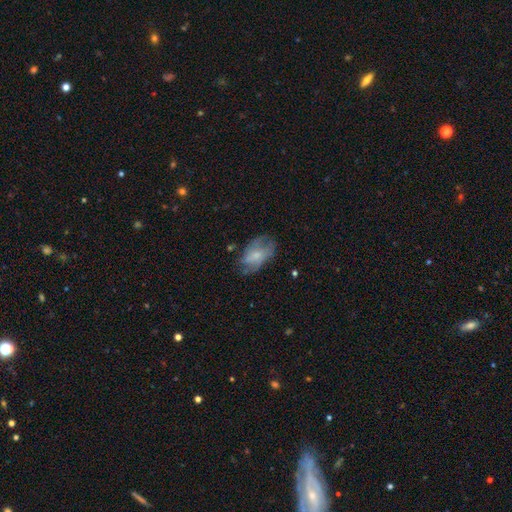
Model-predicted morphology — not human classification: type=featured or disk (46%); merging=none (53%).